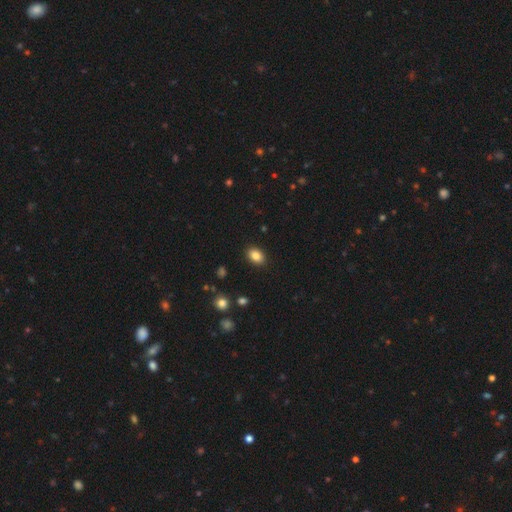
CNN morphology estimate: smooth-or-featured: smooth: 86% | star or artifact: 9% | featured or disk: 5%
  how-rounded: in between: 80% | round: 19% | cigar-shaped: 1%
  merging: none: 89% | minor disturbance: 8% | major disturbance: 2% | merger: 1%